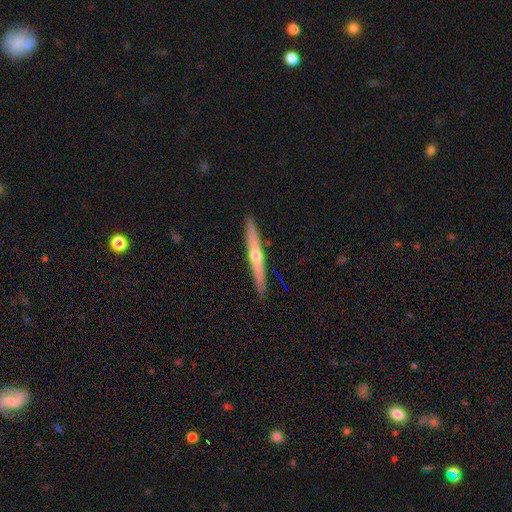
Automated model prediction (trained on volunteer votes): smooth_or_featured: featured or disk (p=0.64) [alt: smooth p=0.30]
disk_edge_on: yes (p=0.96) [alt: no p=0.04]
edge_on_bulge: rounded (p=0.84) [alt: none p=0.14]
merging: none (p=0.91) [alt: minor disturbance p=0.06]